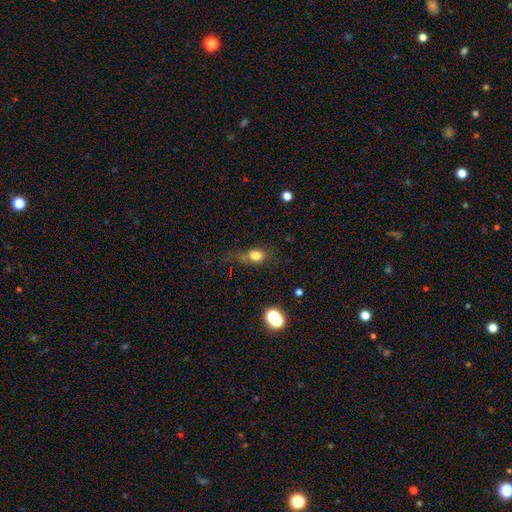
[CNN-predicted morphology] smooth 76%, star or artifact 13%, featured or disk 11%. Down the decision tree: how rounded — in between (57%); merging — none (40%).